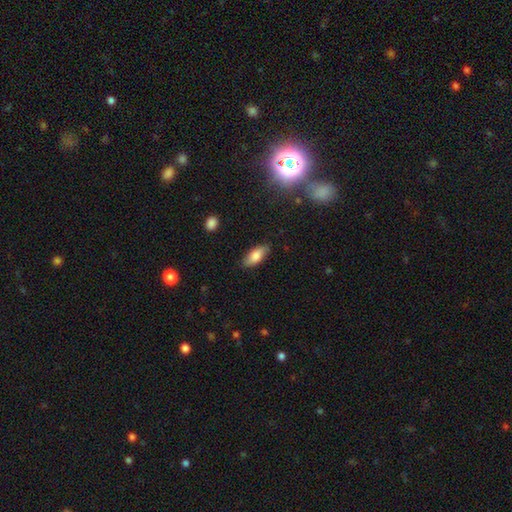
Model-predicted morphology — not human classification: Smooth or featured? smooth (79%)
How rounded? in between (84%)
Merging? none (82%)